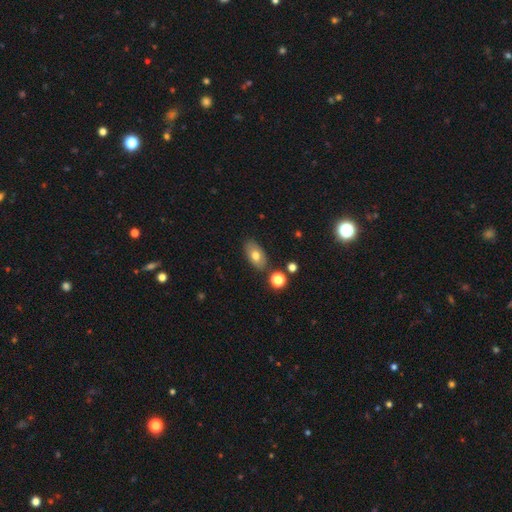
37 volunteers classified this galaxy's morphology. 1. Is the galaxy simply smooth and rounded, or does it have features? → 70% smooth, 30% featured or disk, 0% star or artifact.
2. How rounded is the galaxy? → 81% in between, 15% round, 4% cigar-shaped.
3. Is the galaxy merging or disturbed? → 78% none, 19% minor disturbance, 3% major disturbance, 0% merger.